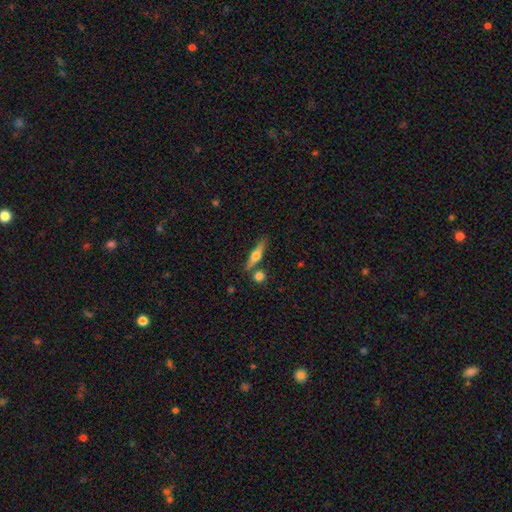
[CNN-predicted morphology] type=featured or disk (56%); edge-on=yes (95%); edge-on bulge=rounded (94%); merging=none (76%).